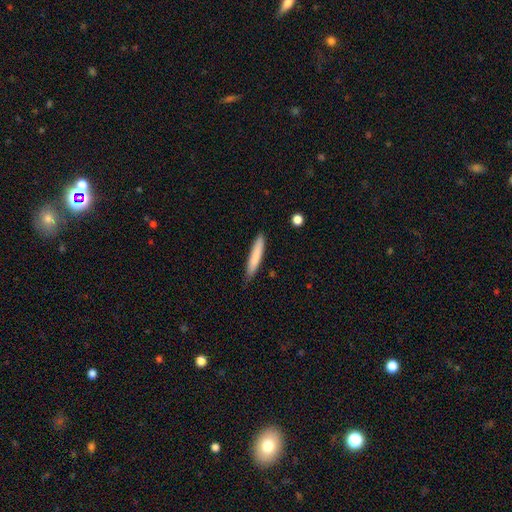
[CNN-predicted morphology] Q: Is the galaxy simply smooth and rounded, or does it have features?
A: smooth — 79%.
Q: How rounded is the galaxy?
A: cigar-shaped — 93%.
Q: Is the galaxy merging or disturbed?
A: none — 85%.